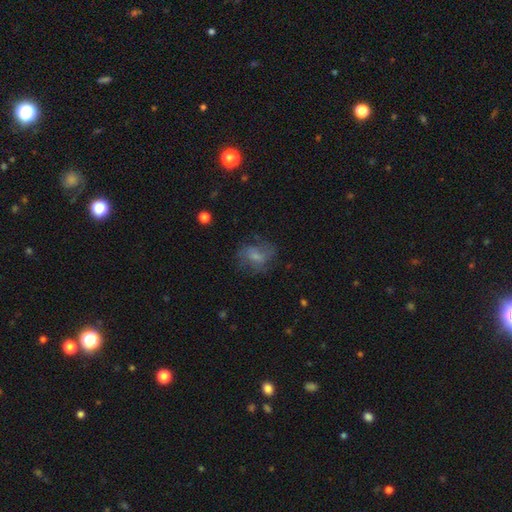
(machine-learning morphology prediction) Q: Smooth or featured?
A: smooth (50%); runner-up: featured or disk (39%)
Q: Merging?
A: none (53%); runner-up: minor disturbance (23%)